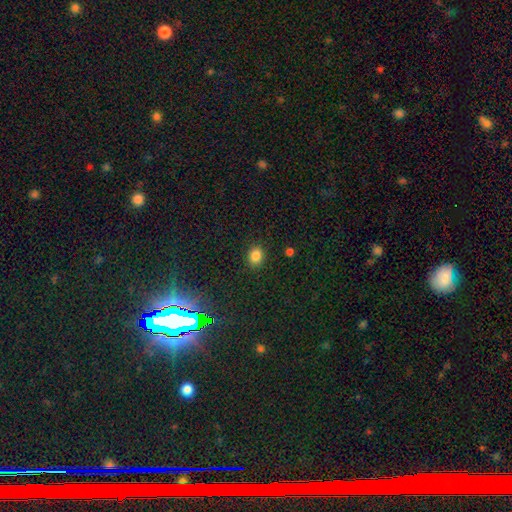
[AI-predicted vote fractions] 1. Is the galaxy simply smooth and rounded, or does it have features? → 83% smooth, 12% star or artifact, 4% featured or disk.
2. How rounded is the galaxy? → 52% round, 47% in between, 1% cigar-shaped.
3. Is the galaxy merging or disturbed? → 89% none, 8% minor disturbance, 2% major disturbance, 1% merger.